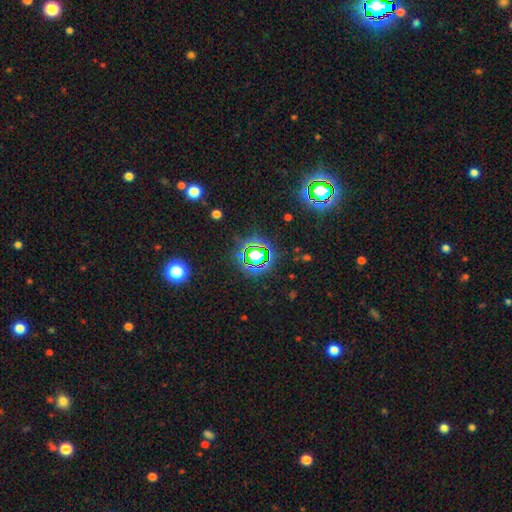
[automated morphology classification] smooth-or-featured: star or artifact: 68% | smooth: 21% | featured or disk: 11%